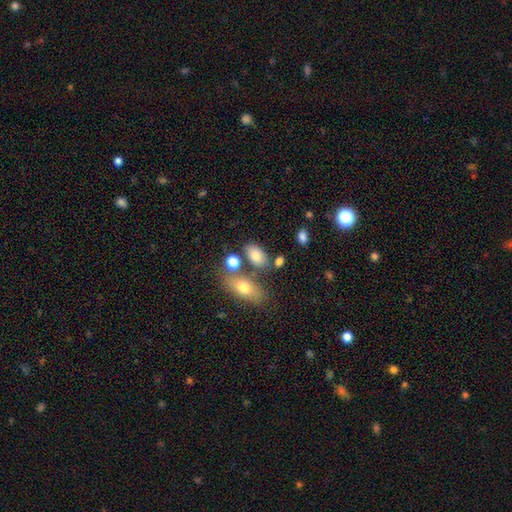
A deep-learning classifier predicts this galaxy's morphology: Smooth or featured: smooth — 77% (featured or disk — 13%)
How rounded: in between — 89% (round — 8%)
Merging: none — 63% (merger — 18%)